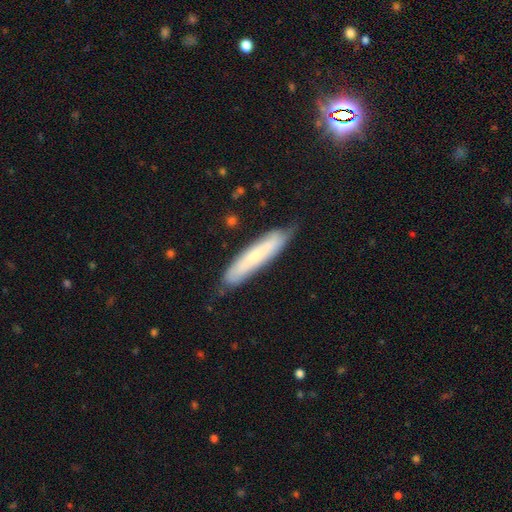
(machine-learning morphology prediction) type=smooth (57%); roundness=cigar-shaped (83%); merging=none (76%).